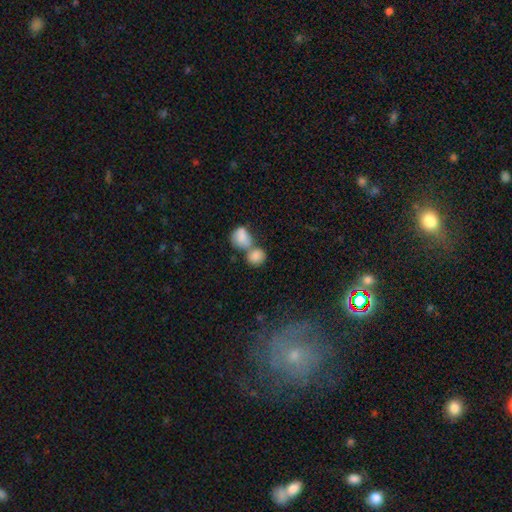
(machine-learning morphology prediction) smooth 83%, featured or disk 10%, star or artifact 7%. Down the decision tree: how rounded — round (61%); merging — merger (66%).